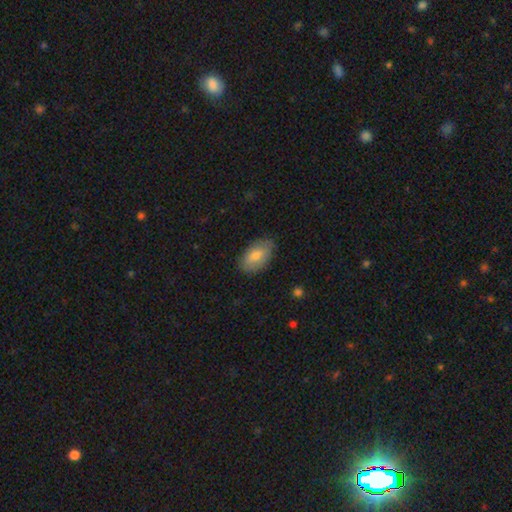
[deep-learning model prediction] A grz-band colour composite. It shows a smooth galaxy with no disk features (75%) that is in between round and cigar-shaped (93%). Merging: none (82%).